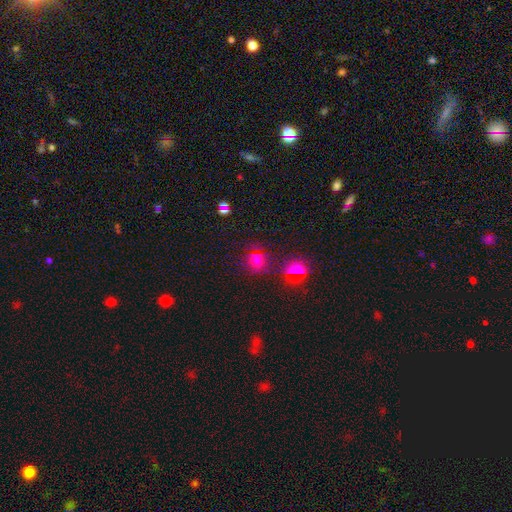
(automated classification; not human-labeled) This appears to be a smooth galaxy with no disk features (58%) that is round (80%). Merging: none (73%).